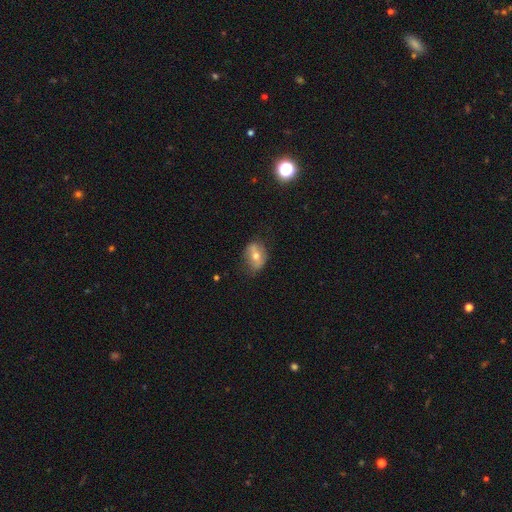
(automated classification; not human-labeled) smooth 54%, featured or disk 37%, star or artifact 9%. Down the decision tree: how rounded — in between (71%); merging — none (65%).